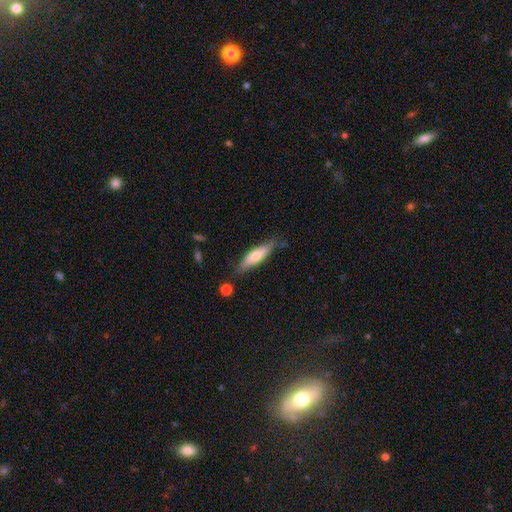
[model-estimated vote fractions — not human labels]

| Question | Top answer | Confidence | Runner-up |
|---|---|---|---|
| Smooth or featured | smooth | 59% | featured or disk (35%) |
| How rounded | cigar-shaped | 67% | in between (31%) |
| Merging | none | 77% | minor disturbance (16%) |